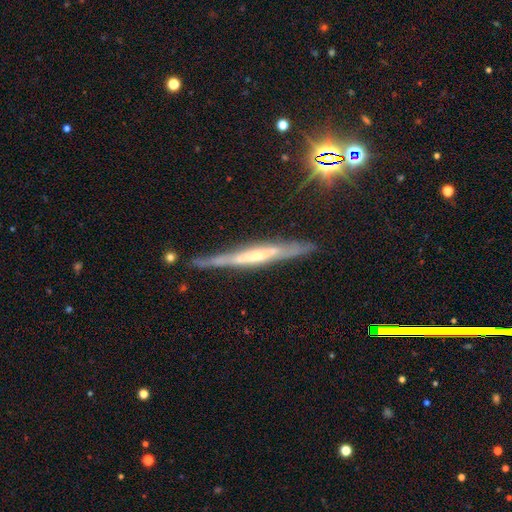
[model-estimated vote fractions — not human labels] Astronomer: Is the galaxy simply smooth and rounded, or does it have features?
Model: featured or disk — 75%.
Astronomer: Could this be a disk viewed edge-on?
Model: yes — 93%.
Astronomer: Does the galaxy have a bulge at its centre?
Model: rounded — 46% (runner-up: none, 39%).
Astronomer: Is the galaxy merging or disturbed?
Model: none — 81%.